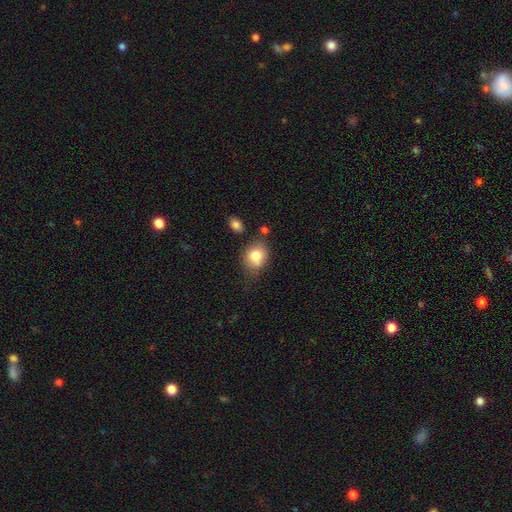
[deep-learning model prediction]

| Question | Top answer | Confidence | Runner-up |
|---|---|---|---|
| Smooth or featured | smooth | 79% | featured or disk (12%) |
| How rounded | round | 51% | in between (48%) |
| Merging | none | 58% | minor disturbance (24%) |